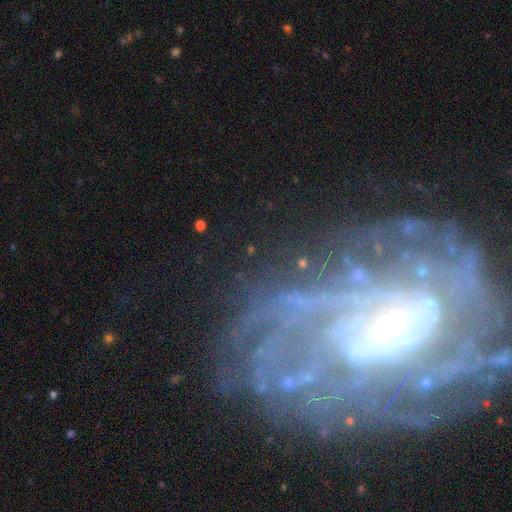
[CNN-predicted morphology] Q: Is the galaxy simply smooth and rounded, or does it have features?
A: featured or disk — 78%.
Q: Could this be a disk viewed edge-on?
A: no — 95%.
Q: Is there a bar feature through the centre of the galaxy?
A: no — 54%.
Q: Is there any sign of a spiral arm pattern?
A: yes — 78%.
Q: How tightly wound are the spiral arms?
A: tight — 54%.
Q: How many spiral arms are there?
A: can't tell — 41%.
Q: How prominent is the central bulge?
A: small — 68%.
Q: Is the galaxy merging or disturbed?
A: none — 60%.